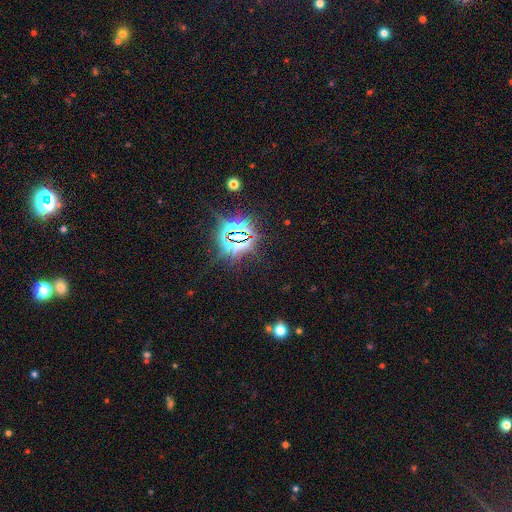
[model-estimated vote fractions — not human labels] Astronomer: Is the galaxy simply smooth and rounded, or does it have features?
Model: star or artifact — 82%.